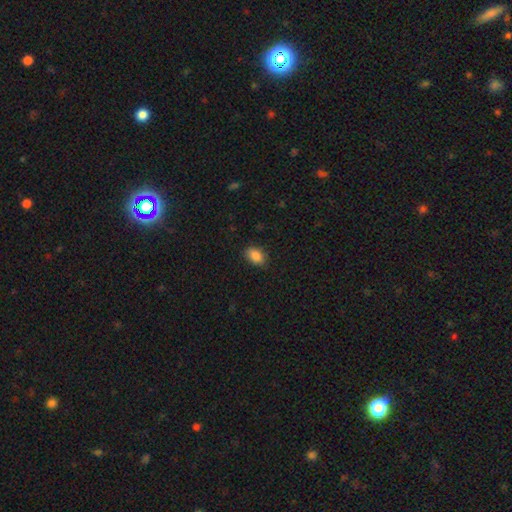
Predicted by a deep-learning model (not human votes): The model was most divided on "merging": none: 82%, minor disturbance: 14%, major disturbance: 3%, merger: 1%. More confident: smooth or featured — smooth (87%); how rounded — in between (86%).